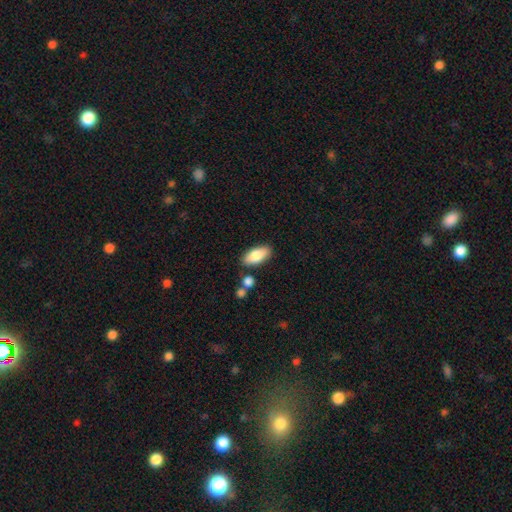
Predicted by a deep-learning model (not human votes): smooth 82%, featured or disk 12%, star or artifact 6%. Down the decision tree: how rounded — in between (88%); merging — none (80%).